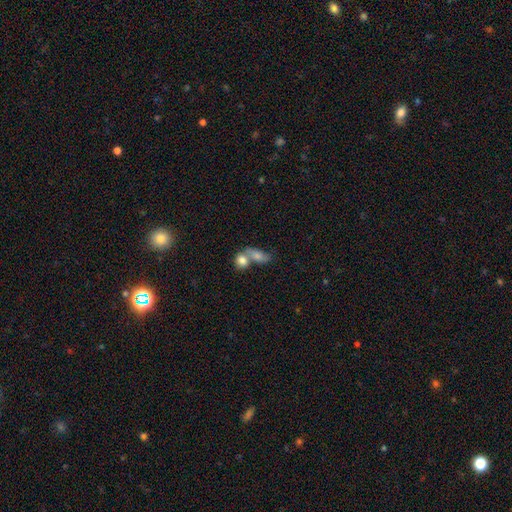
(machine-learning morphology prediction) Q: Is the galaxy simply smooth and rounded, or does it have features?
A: smooth — 76%.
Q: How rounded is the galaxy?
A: in between — 71%.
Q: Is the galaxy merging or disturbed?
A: merger — 62%.